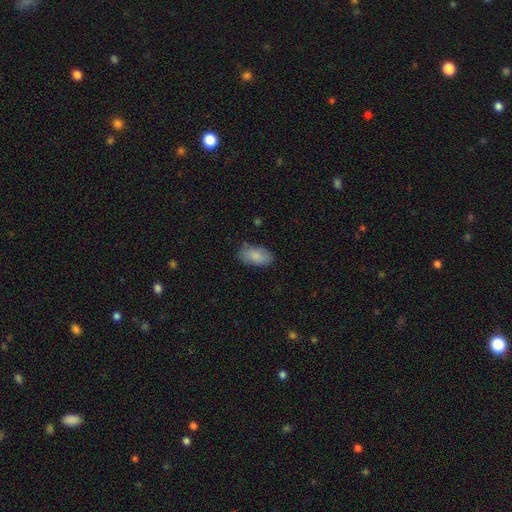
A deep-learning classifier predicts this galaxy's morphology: Smooth or featured?
  - smooth: 85% *
  - featured or disk: 9%
  - star or artifact: 6%
How rounded?
  - in between: 94% *
  - round: 4%
  - cigar-shaped: 3%
Merging?
  - none: 78% *
  - minor disturbance: 17%
  - major disturbance: 4%
  - merger: 1%